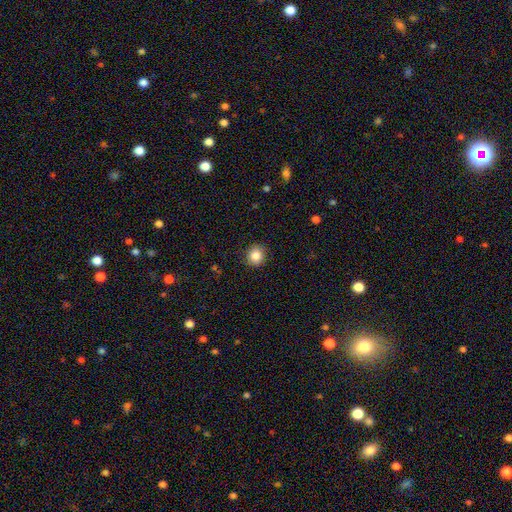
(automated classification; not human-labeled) This appears to be a smooth galaxy with no disk features (85%) that is round (88%). Merging: none (90%).